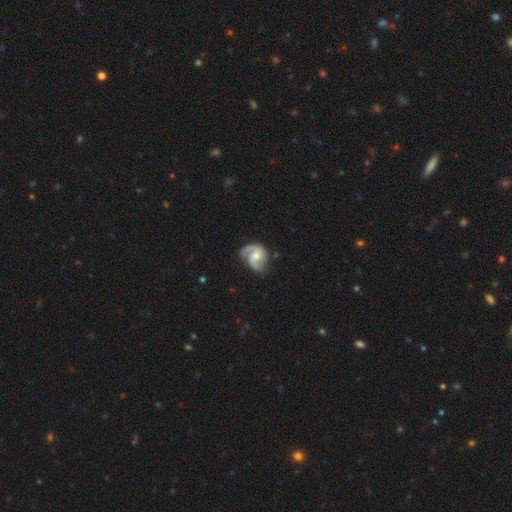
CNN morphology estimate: A featured or disk galaxy (84%) with no bar (55%), 2 (82%) medium (53%) spiral arms (96%) and a moderate central bulge (52%).

Vote fractions:
- Smooth or featured? featured or disk: 84% / smooth: 11% / star or artifact: 5%
- Edge-on disk? no: 98% / yes: 2%
- Bar? no: 55% / weak: 38% / strong: 7%
- Spiral arms? yes: 96% / no: 4%
- Spiral winding? medium: 53% / tight: 24% / loose: 24%
- Spiral arm count? 2: 82% / 1: 9% / can't tell: 4% / 3: 2% / 4: 1% / more than 4: 1%
- Bulge size? moderate: 52% / small: 34% / none: 7% / large: 6% / dominant: 1%
- Merging? none: 63% / minor disturbance: 23% / major disturbance: 12% / merger: 2%